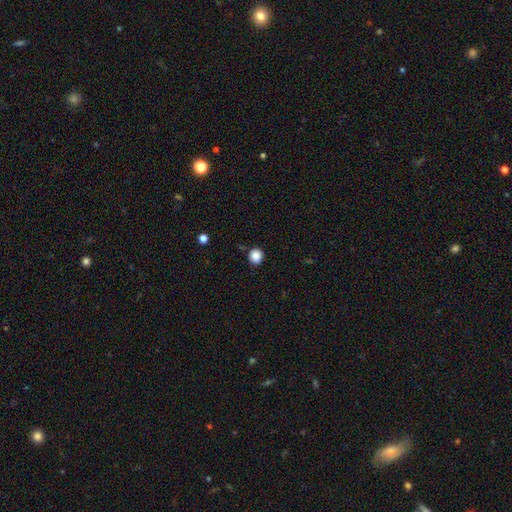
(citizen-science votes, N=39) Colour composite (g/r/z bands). It shows a smooth galaxy with no disk features (92%) that is round (89%). Merging: none (97%).